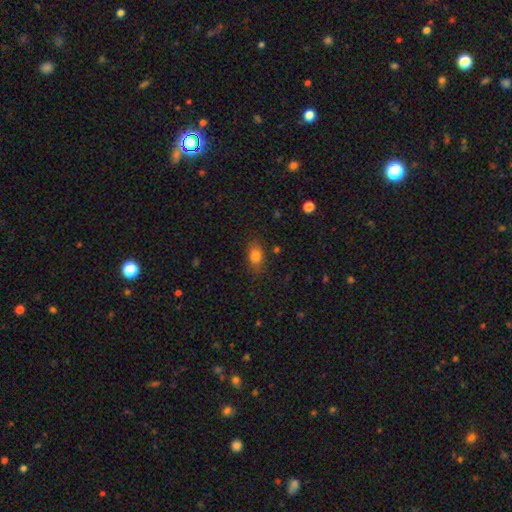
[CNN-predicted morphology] Smooth or featured: smooth — 80% (star or artifact — 11%)
How rounded: in between — 75% (round — 21%)
Merging: none — 81% (minor disturbance — 14%)